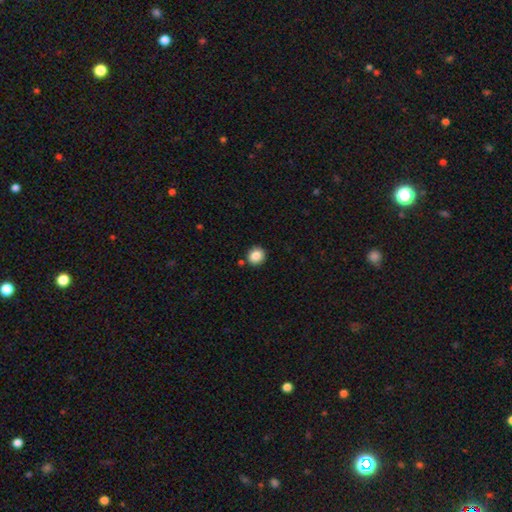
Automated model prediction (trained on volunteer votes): smooth-or-featured: smooth: 86% | star or artifact: 10% | featured or disk: 5%
  how-rounded: round: 84% | in between: 15% | cigar-shaped: 1%
  merging: none: 87% | minor disturbance: 8% | merger: 3% | major disturbance: 2%